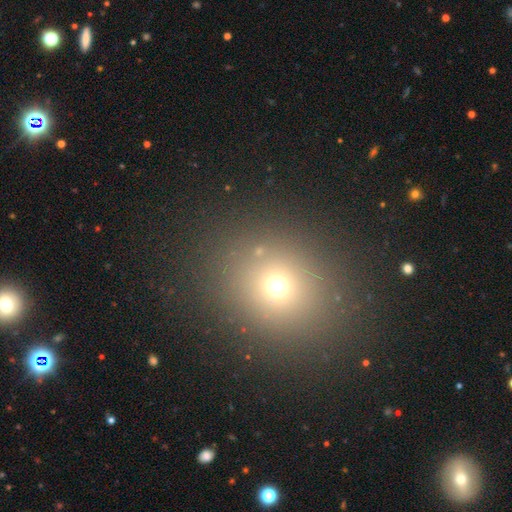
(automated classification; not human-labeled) smooth-or-featured: smooth: 65% | star or artifact: 26% | featured or disk: 9%
  how-rounded: round: 70% | in between: 29% | cigar-shaped: 1%
  merging: none: 87% | minor disturbance: 7% | major disturbance: 4% | merger: 2%